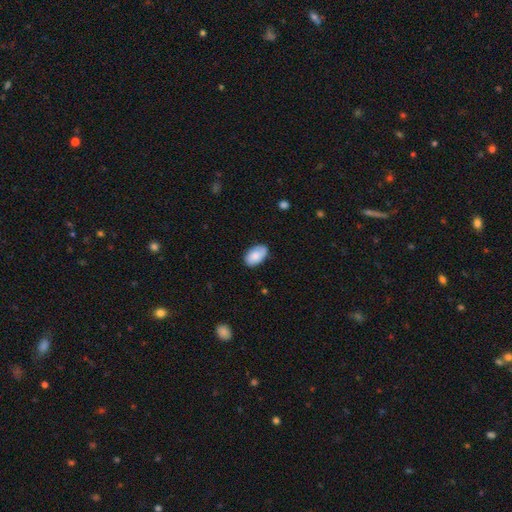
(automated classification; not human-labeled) The model was most divided on "merging": none: 79%, minor disturbance: 17%, major disturbance: 3%, merger: 1%. More confident: how rounded — in between (94%); smooth or featured — smooth (84%).